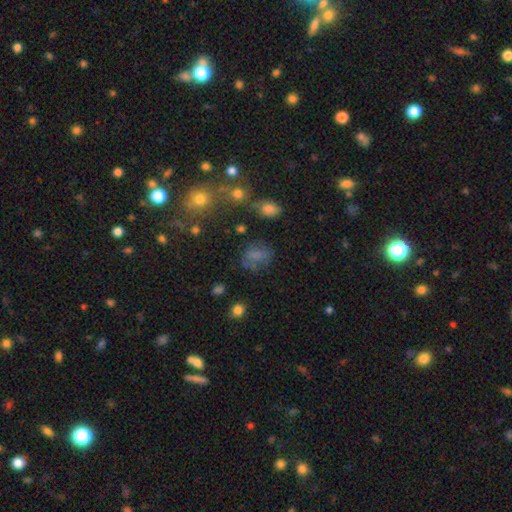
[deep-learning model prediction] Smooth or featured? Predicted: smooth (p=0.63). How rounded? Predicted: in between (p=0.61). Merging? Predicted: none (p=0.57).